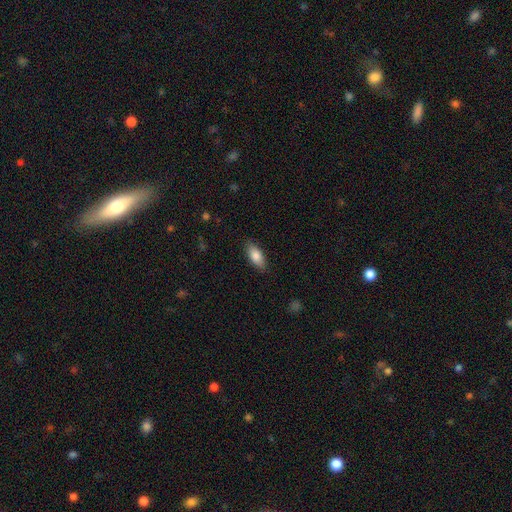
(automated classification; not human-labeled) The model was most divided on "how rounded": in between: 84%, cigar-shaped: 14%, round: 2%. More confident: merging — none (87%); smooth or featured — smooth (83%).